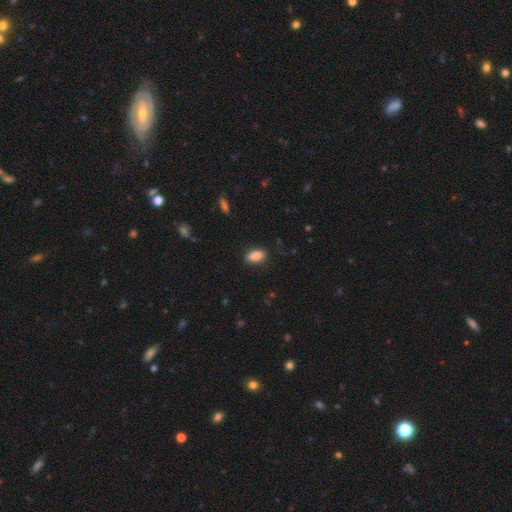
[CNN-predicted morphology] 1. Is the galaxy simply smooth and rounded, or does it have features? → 86% smooth, 8% star or artifact, 7% featured or disk.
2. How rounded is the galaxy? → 86% in between, 10% cigar-shaped, 4% round.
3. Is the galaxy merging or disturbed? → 83% none, 13% minor disturbance, 3% major disturbance, 1% merger.